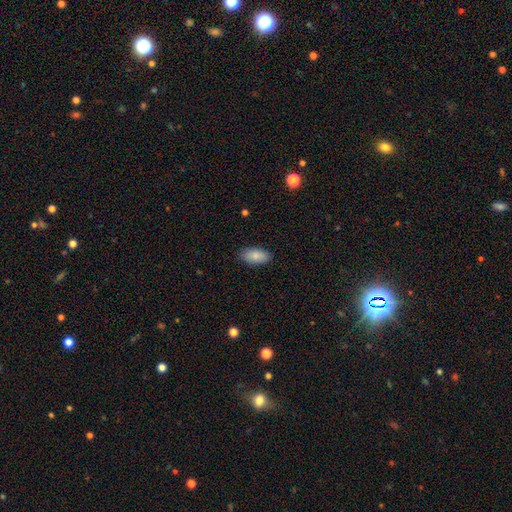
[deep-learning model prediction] Smooth or featured? Predicted: smooth (p=0.85). How rounded? Predicted: in between (p=0.93). Merging? Predicted: none (p=0.87).